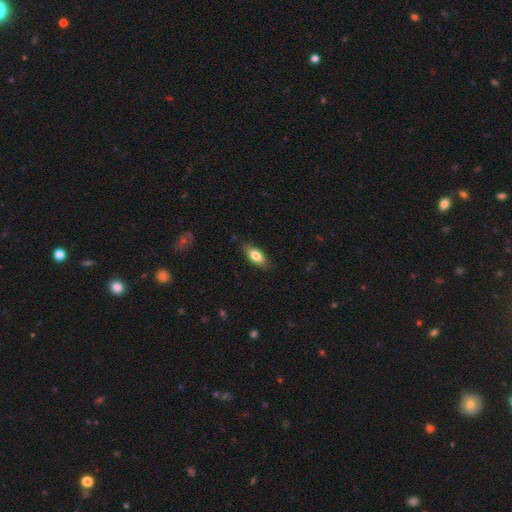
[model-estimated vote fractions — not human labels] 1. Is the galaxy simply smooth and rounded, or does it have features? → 78% smooth, 16% featured or disk, 6% star or artifact.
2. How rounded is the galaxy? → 79% in between, 18% cigar-shaped, 3% round.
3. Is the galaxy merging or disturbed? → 84% none, 13% minor disturbance, 2% major disturbance, 1% merger.